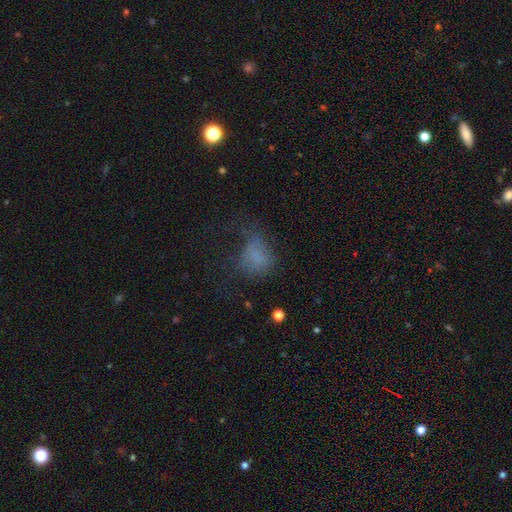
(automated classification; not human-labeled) A smooth galaxy with no disk features (62%) that is in between round and cigar-shaped (61%).

Vote fractions:
- Smooth or featured? smooth: 62% / star or artifact: 20% / featured or disk: 18%
- How rounded? in between: 61% / round: 37% / cigar-shaped: 2%
- Merging? major disturbance: 43% / none: 31% / minor disturbance: 22% / merger: 3%